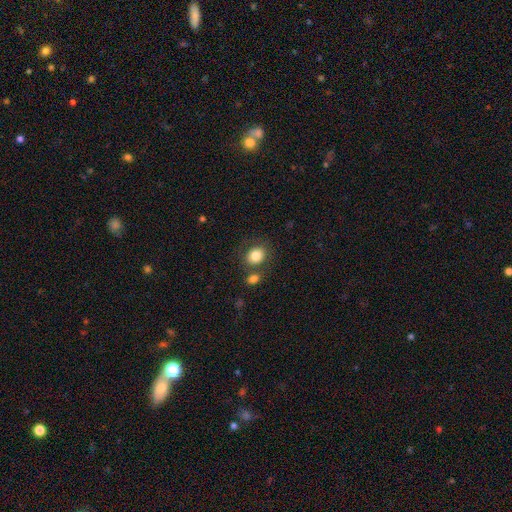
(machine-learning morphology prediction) type=smooth (82%); roundness=round (58%); merging=none (68%).